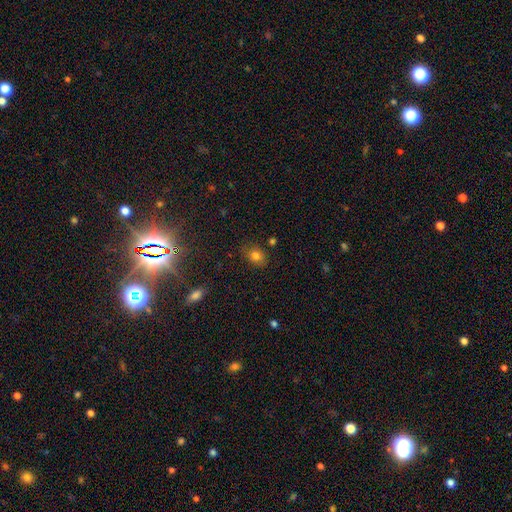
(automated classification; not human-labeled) This appears to be a smooth galaxy with no disk features (78%) that is in between round and cigar-shaped (53%). Merging: none (80%).